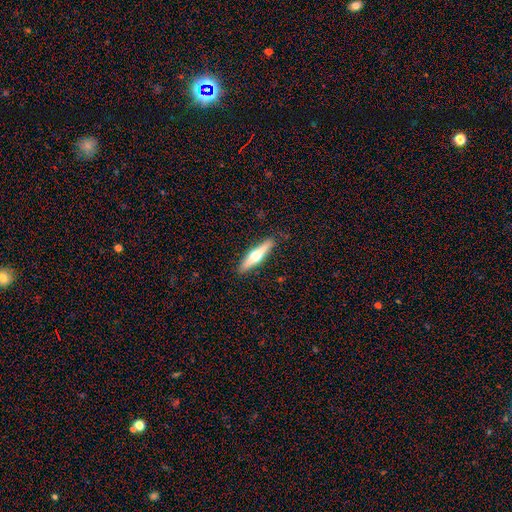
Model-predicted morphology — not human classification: A featured or disk galaxy (59%) viewed edge-on (96%) with a rounded central bulge (94%). Merging: none (90%).